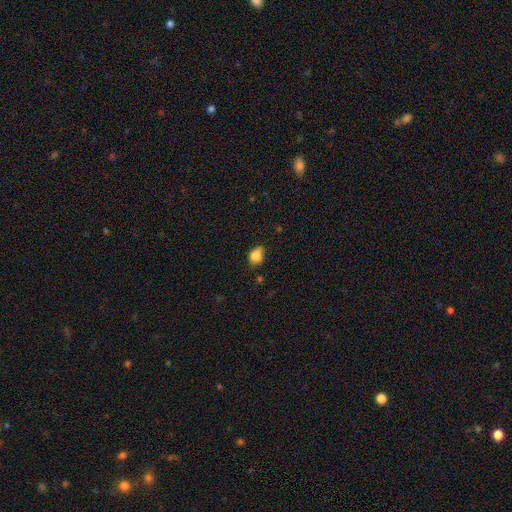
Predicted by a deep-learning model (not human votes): A smooth galaxy with no disk features (83%) that is in between round and cigar-shaped (55%).

Vote fractions:
- Smooth or featured? smooth: 83% / star or artifact: 10% / featured or disk: 7%
- How rounded? in between: 55% / round: 44% / cigar-shaped: 1%
- Merging? none: 51% / minor disturbance: 36% / major disturbance: 8% / merger: 5%